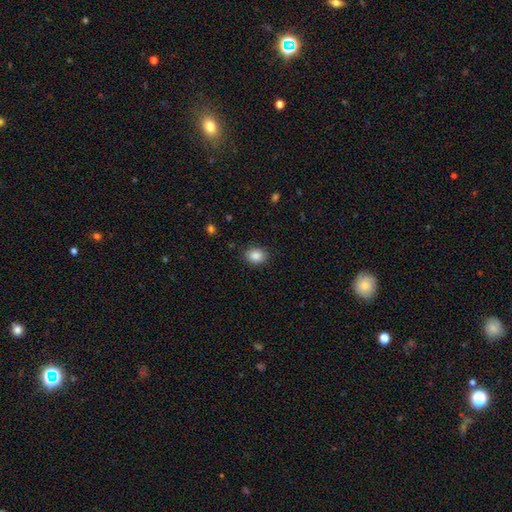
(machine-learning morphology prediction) smooth-or-featured: smooth: 87% | star or artifact: 9% | featured or disk: 4%
  how-rounded: in between: 51% | round: 48% | cigar-shaped: 1%
  merging: none: 86% | minor disturbance: 10% | major disturbance: 3% | merger: 1%